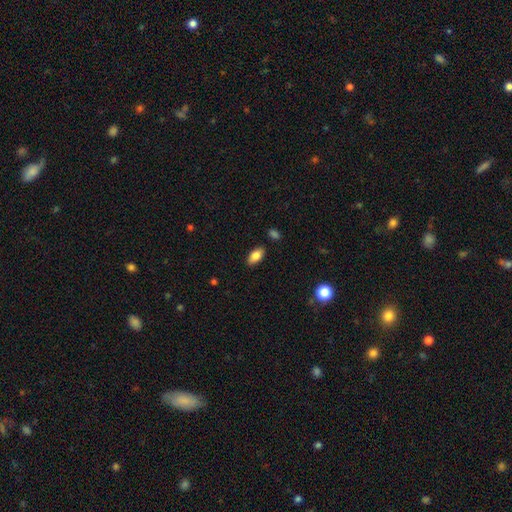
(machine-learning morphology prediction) smooth_or_featured: smooth (p=0.83) [alt: featured or disk p=0.10]
how_rounded: in between (p=0.92) [alt: cigar-shaped p=0.05]
merging: none (p=0.87) [alt: minor disturbance p=0.09]